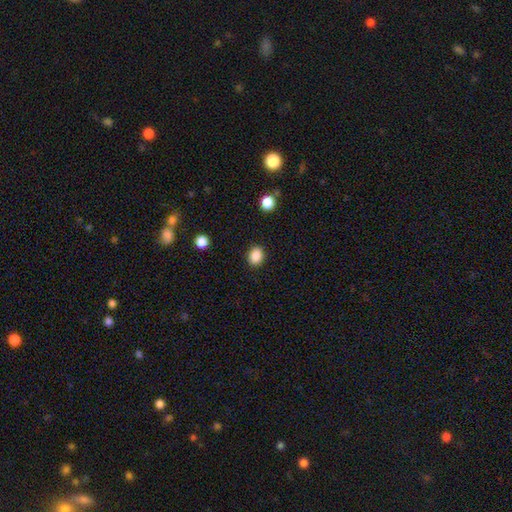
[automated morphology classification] Smooth or featured?
  - smooth: 88% *
  - star or artifact: 9%
  - featured or disk: 3%
How rounded?
  - round: 52% *
  - in between: 48%
  - cigar-shaped: 1%
Merging?
  - none: 89% *
  - minor disturbance: 7%
  - major disturbance: 2%
  - merger: 1%